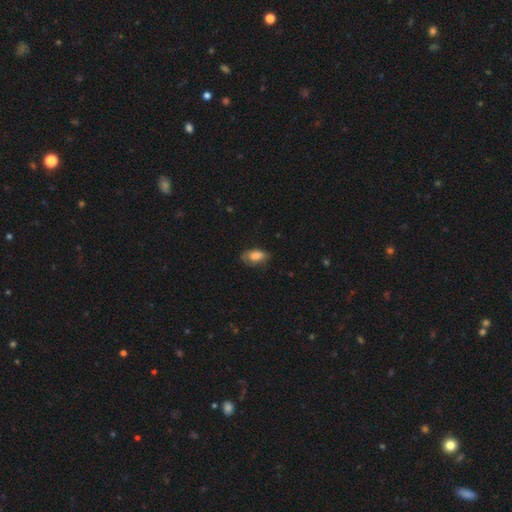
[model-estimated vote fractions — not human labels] A smooth galaxy with no disk features (74%) that is in between round and cigar-shaped (90%).

Vote fractions:
- Smooth or featured? smooth: 74% / featured or disk: 18% / star or artifact: 8%
- How rounded? in between: 90% / round: 6% / cigar-shaped: 4%
- Merging? none: 59% / minor disturbance: 29% / major disturbance: 10% / merger: 1%